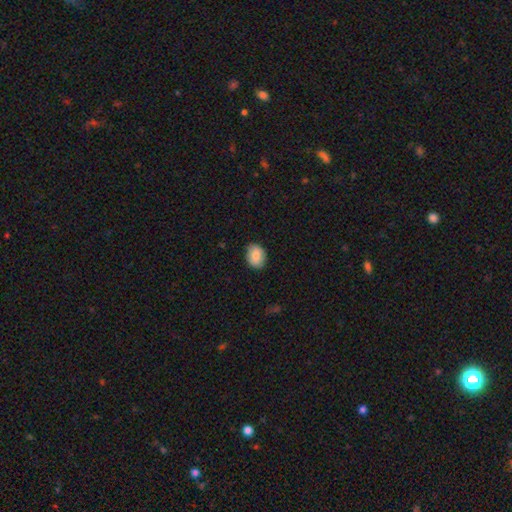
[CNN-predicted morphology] smooth 87%, star or artifact 7%, featured or disk 6%. Down the decision tree: how rounded — in between (67%); merging — none (86%).